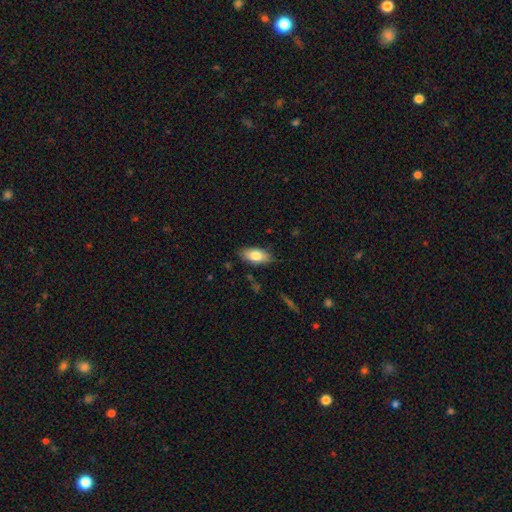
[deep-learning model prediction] smooth-or-featured: smooth: 79% | featured or disk: 14% | star or artifact: 6%
  how-rounded: in between: 90% | cigar-shaped: 7% | round: 3%
  merging: none: 83% | minor disturbance: 13% | major disturbance: 2% | merger: 1%